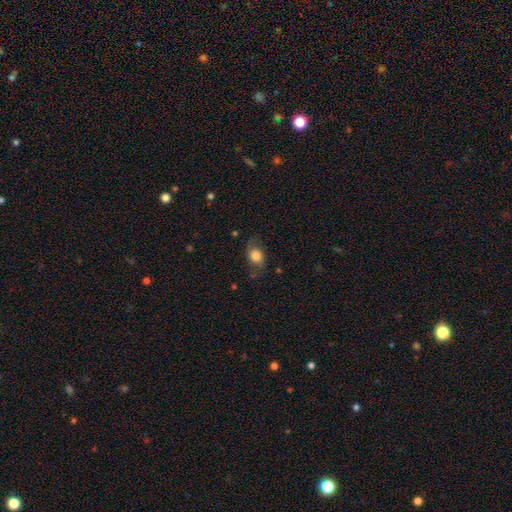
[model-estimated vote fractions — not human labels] The model was most divided on "how rounded": in between: 57%, round: 41%, cigar-shaped: 2%. More confident: smooth or featured — smooth (69%); merging — none (67%).